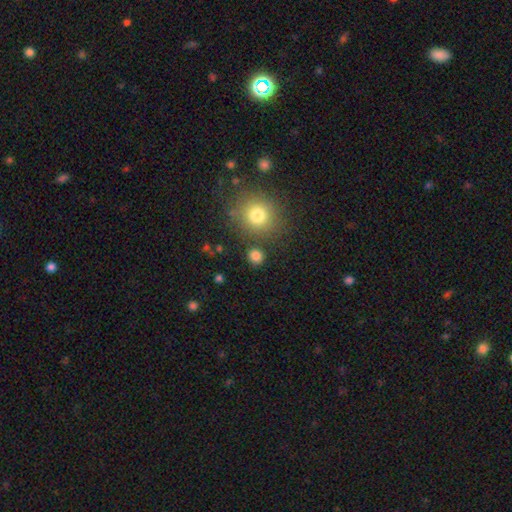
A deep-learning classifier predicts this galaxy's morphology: Smooth or featured?
  - smooth: 82% *
  - star or artifact: 13%
  - featured or disk: 4%
How rounded?
  - round: 87% *
  - in between: 12%
  - cigar-shaped: 1%
Merging?
  - none: 84% *
  - minor disturbance: 7%
  - merger: 5%
  - major disturbance: 3%